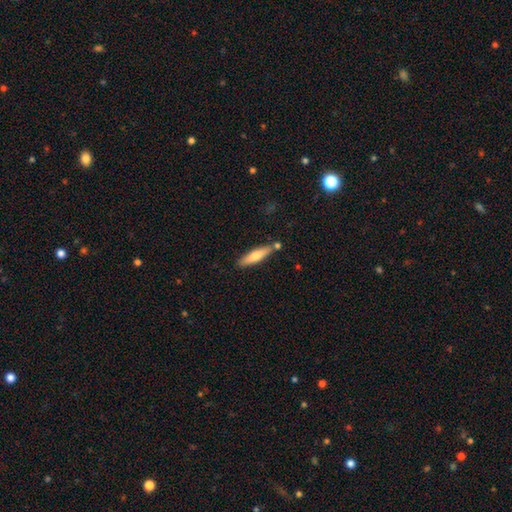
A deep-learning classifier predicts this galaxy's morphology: A smooth galaxy with no disk features (67%) that is cigar-shaped (78%).

Vote fractions:
- Smooth or featured? smooth: 67% / featured or disk: 27% / star or artifact: 6%
- How rounded? cigar-shaped: 78% / in between: 20% / round: 2%
- Merging? none: 78% / minor disturbance: 12% / merger: 7% / major disturbance: 2%